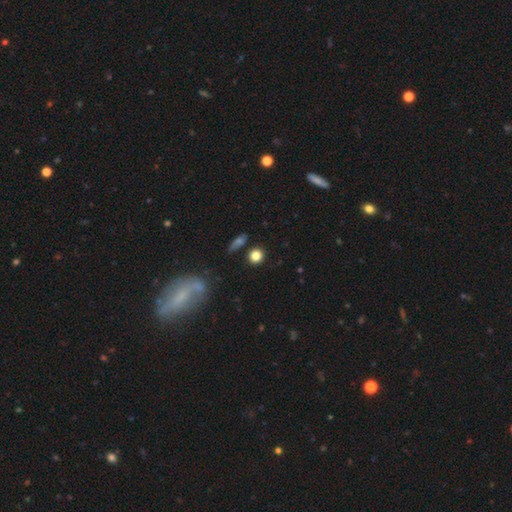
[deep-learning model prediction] smooth-or-featured: smooth: 83% | star or artifact: 12% | featured or disk: 6%
  how-rounded: round: 87% | in between: 12% | cigar-shaped: 2%
  merging: none: 84% | minor disturbance: 8% | merger: 5% | major disturbance: 3%